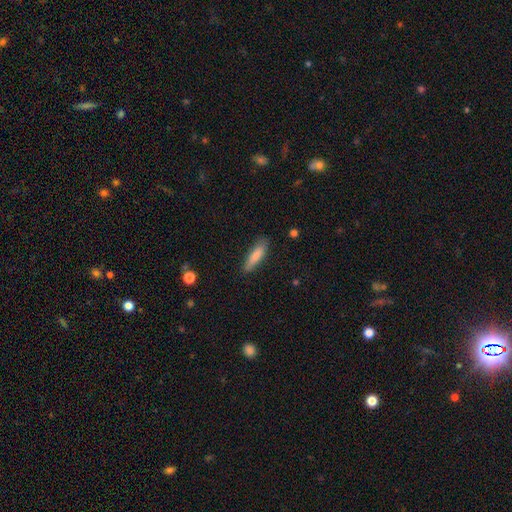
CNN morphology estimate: This appears to be a smooth galaxy with no disk features (82%) that is cigar-shaped (69%). Merging: none (81%).